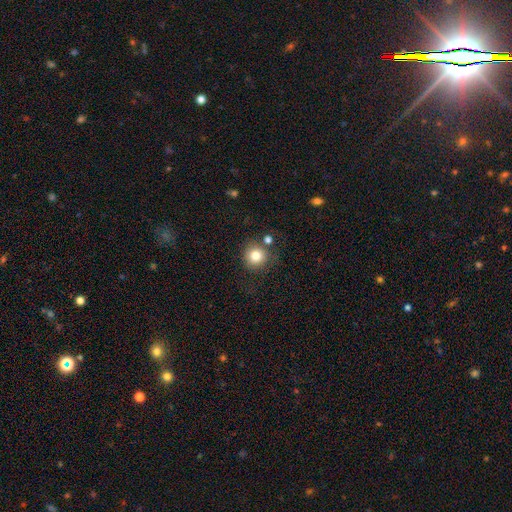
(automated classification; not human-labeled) Morphology: type=smooth (81%); roundness=round (93%); merging=none (75%).